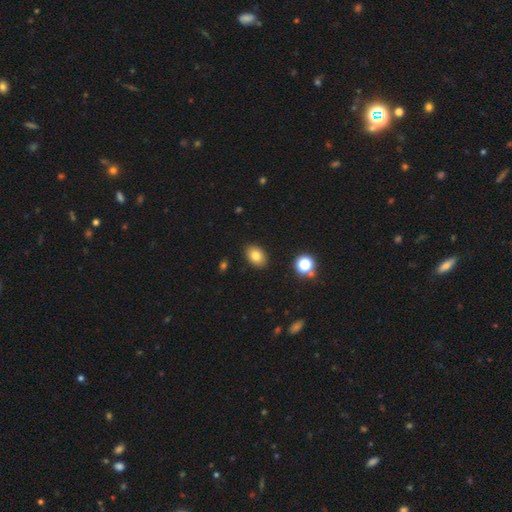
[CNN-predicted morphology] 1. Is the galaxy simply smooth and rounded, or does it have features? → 81% smooth, 10% star or artifact, 9% featured or disk.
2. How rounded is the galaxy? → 80% in between, 19% round, 1% cigar-shaped.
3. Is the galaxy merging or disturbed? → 89% none, 8% minor disturbance, 2% major disturbance, 1% merger.